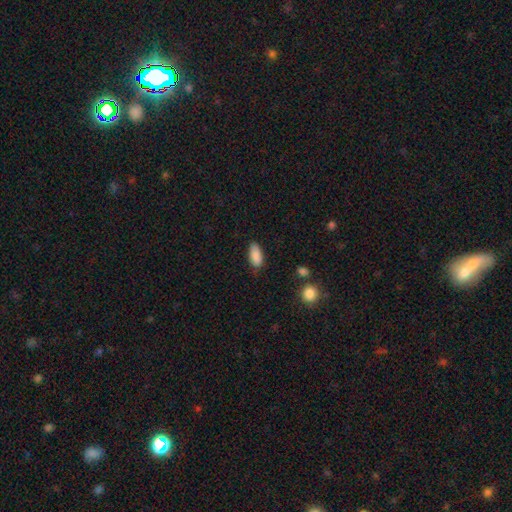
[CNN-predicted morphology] The model was most divided on "merging": none: 74%, minor disturbance: 20%, major disturbance: 4%, merger: 2%. More confident: smooth or featured — smooth (88%); how rounded — in between (87%).